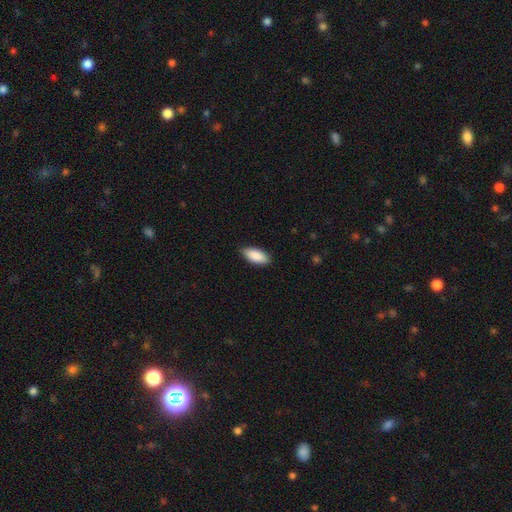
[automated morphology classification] Q: Smooth or featured?
A: smooth (89%); runner-up: star or artifact (6%)
Q: How rounded?
A: in between (88%); runner-up: cigar-shaped (10%)
Q: Merging?
A: none (86%); runner-up: minor disturbance (11%)